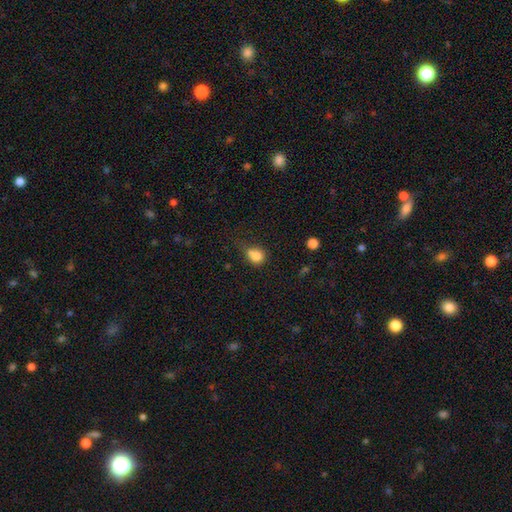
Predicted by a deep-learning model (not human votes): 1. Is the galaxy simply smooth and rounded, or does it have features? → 82% smooth, 11% star or artifact, 7% featured or disk.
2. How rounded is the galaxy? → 58% round, 41% in between, 1% cigar-shaped.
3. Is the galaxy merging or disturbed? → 43% none, 35% minor disturbance, 14% major disturbance, 8% merger.